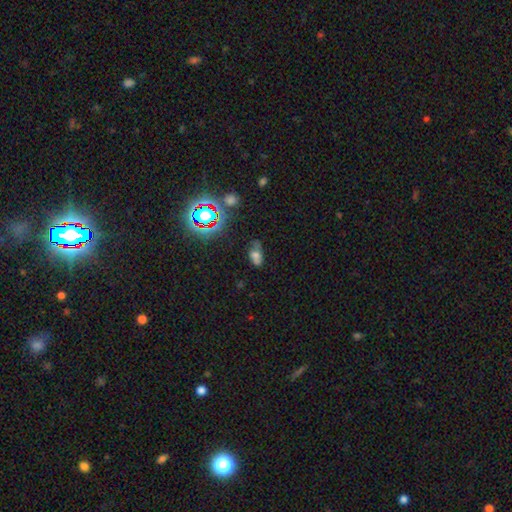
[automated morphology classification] This is possibly a smooth galaxy (54%). How rounded: clearly in between (85%). Merging: marginally none (42%).